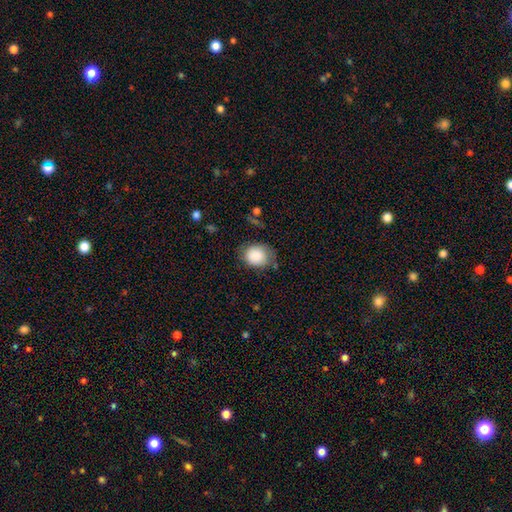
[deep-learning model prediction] Smooth or featured?
  - smooth: 86% *
  - star or artifact: 7%
  - featured or disk: 7%
How rounded?
  - round: 55% *
  - in between: 44%
  - cigar-shaped: 1%
Merging?
  - none: 63% *
  - minor disturbance: 26%
  - major disturbance: 8%
  - merger: 3%